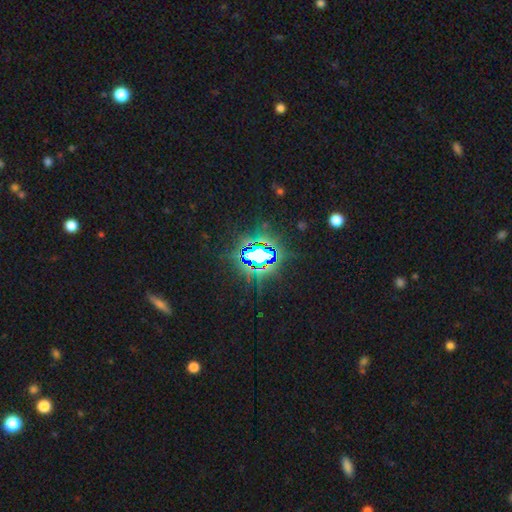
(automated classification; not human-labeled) Smooth or featured: star or artifact — 80% (smooth — 11%)